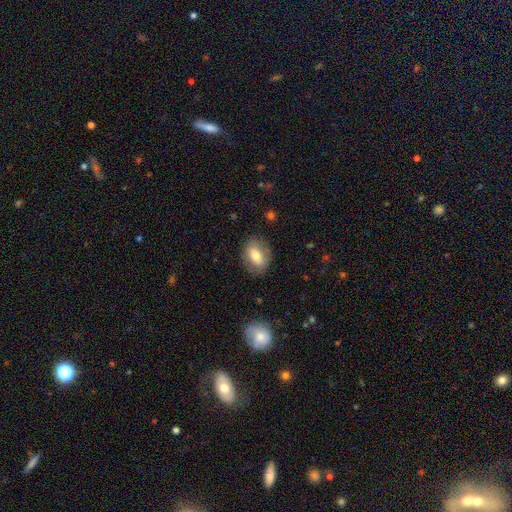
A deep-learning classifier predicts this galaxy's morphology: Q: Smooth or featured?
A: smooth (64%); runner-up: featured or disk (29%)
Q: How rounded?
A: in between (79%); runner-up: round (19%)
Q: Merging?
A: none (79%); runner-up: minor disturbance (14%)